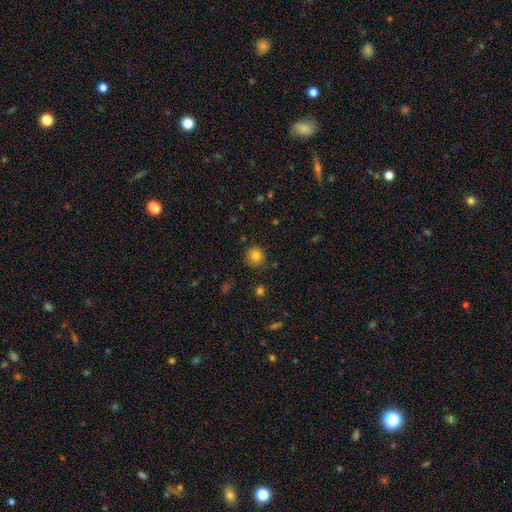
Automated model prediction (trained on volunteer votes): Overall: smooth (82%). How rounded: round (91%). Merging: none (85%).